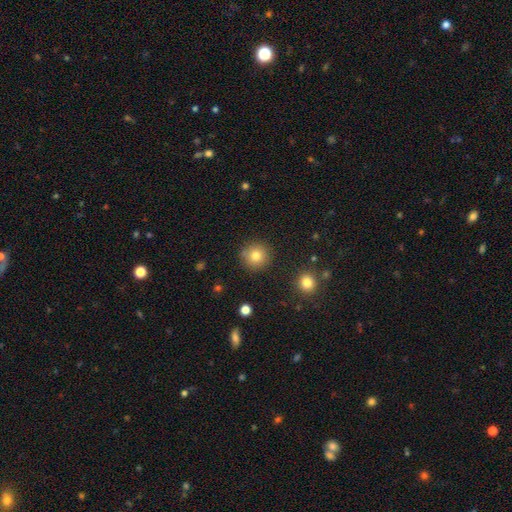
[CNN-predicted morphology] The model was most divided on "smooth or featured": smooth: 81%, star or artifact: 11%, featured or disk: 8%. More confident: how rounded — round (94%); merging — none (87%).